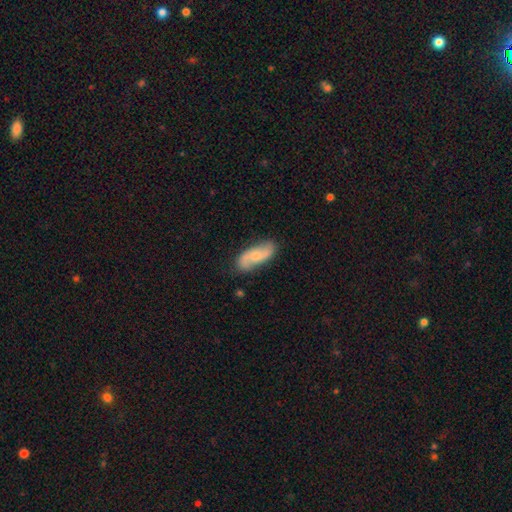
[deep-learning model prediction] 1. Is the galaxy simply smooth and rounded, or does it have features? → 56% featured or disk, 38% smooth, 6% star or artifact.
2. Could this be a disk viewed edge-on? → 90% no, 10% yes.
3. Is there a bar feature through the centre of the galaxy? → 65% no, 28% weak, 7% strong.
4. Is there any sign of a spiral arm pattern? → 87% yes, 13% no.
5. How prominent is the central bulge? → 49% small, 45% moderate, 3% none, 2% large, 1% dominant.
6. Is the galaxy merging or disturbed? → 79% none, 16% minor disturbance, 3% major disturbance, 2% merger.